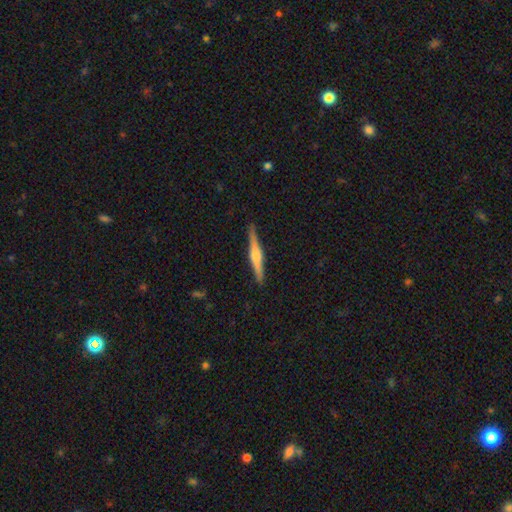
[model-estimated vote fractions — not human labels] Morphology: type=featured or disk (66%); edge-on=yes (98%); edge-on bulge=rounded (79%); merging=none (89%).